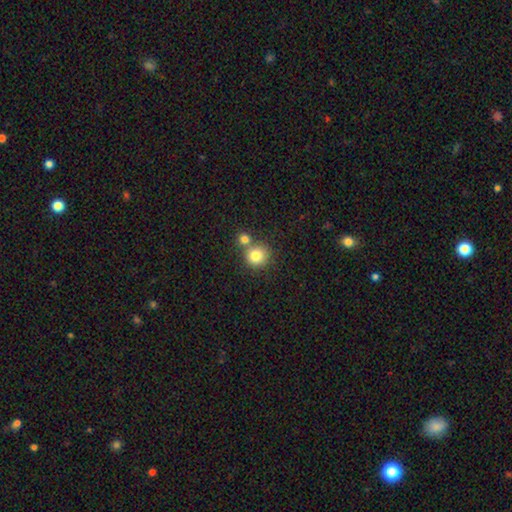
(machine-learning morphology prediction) Smooth or featured? smooth (80%)
How rounded? round (88%)
Merging? none (57%)